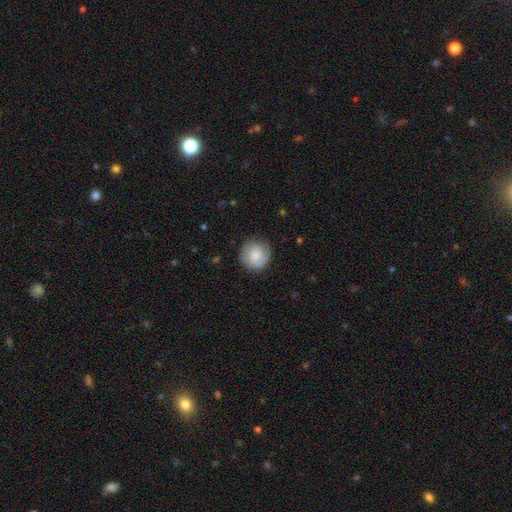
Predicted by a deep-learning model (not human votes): This appears to be a smooth galaxy with no disk features (72%) that is round (93%). Merging: none (82%).